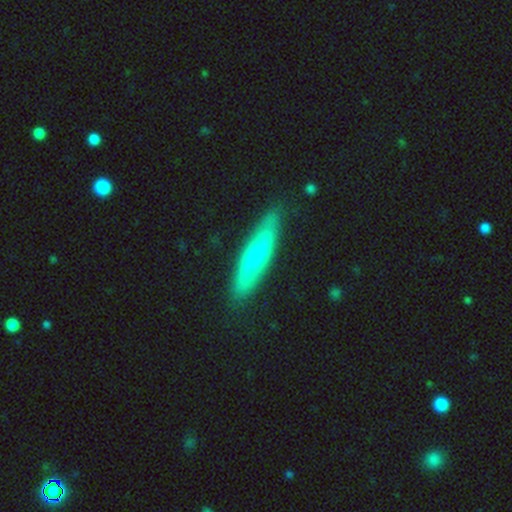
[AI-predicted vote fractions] The model was most divided on "smooth or featured": featured or disk: 49%, smooth: 46%, star or artifact: 5%. More confident: merging — none (86%).